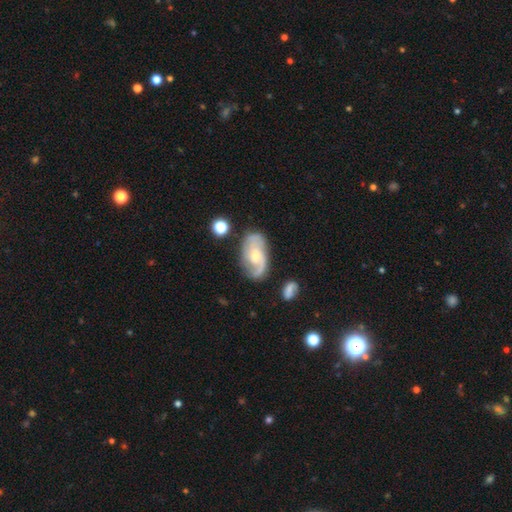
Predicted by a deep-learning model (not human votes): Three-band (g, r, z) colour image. It shows a featured or disk galaxy (77%) with no bar (58%), 2 (68%) medium (47%) spiral arms (93%) and a moderate central bulge (49%). Merging: none (70%).